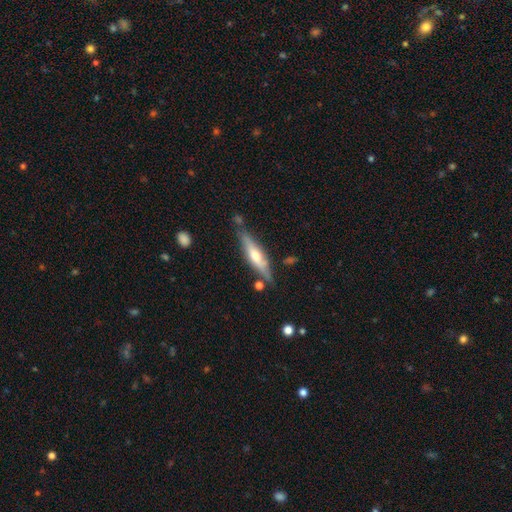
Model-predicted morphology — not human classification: Smooth or featured? featured or disk (57%)
Edge-on disk? yes (89%)
Edge-on bulge? rounded (88%)
Merging? none (73%)